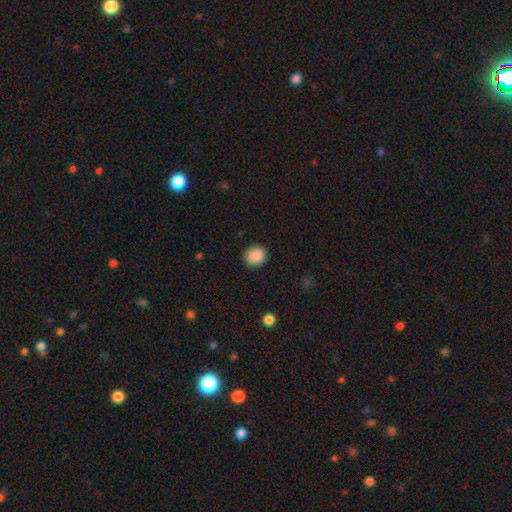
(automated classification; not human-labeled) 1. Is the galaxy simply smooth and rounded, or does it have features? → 89% smooth, 8% star or artifact, 3% featured or disk.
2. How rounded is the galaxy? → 84% round, 15% in between, 1% cigar-shaped.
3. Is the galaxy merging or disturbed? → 90% none, 7% minor disturbance, 2% major disturbance, 1% merger.